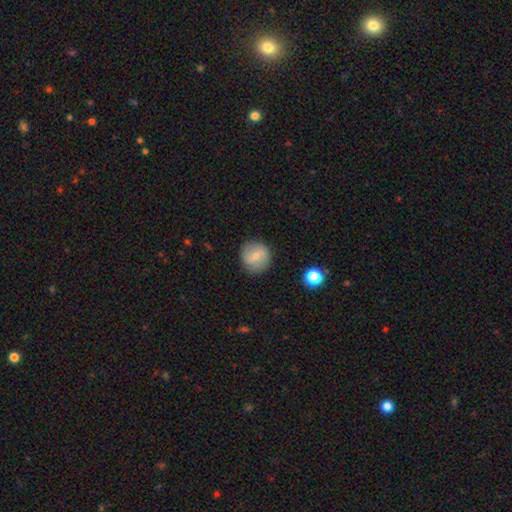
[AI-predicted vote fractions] smooth-or-featured: smooth: 67% | featured or disk: 25% | star or artifact: 8%
  how-rounded: round: 93% | in between: 6% | cigar-shaped: 1%
  merging: none: 87% | minor disturbance: 9% | major disturbance: 3% | merger: 1%